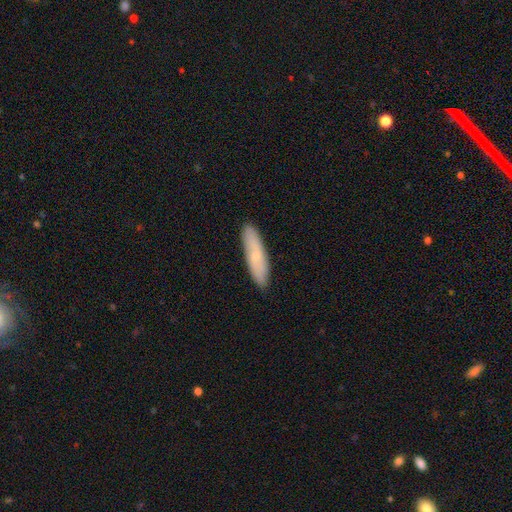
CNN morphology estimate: A smooth galaxy with no disk features (63%) that is cigar-shaped (71%). Merging: none (88%).